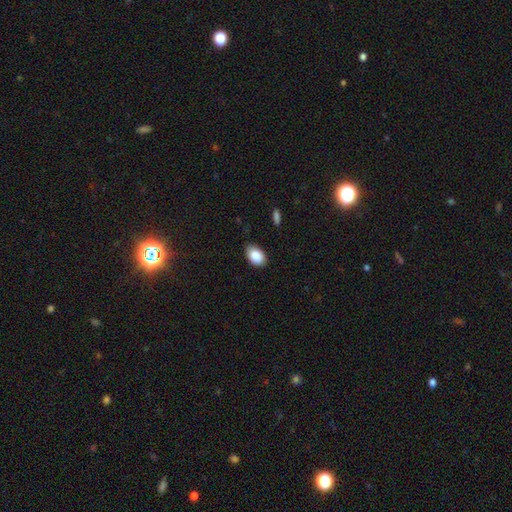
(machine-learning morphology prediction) Smooth or featured? Predicted: smooth (p=0.87). How rounded? Predicted: in between (p=0.89). Merging? Predicted: none (p=0.81).